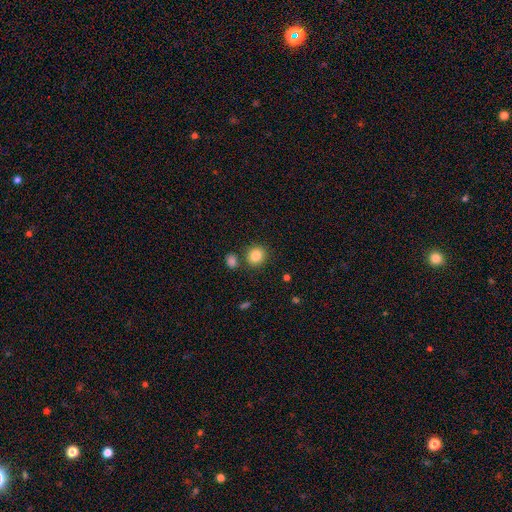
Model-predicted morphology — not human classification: This appears to be a smooth galaxy with no disk features (85%) that is round (82%). Merging: none (80%).